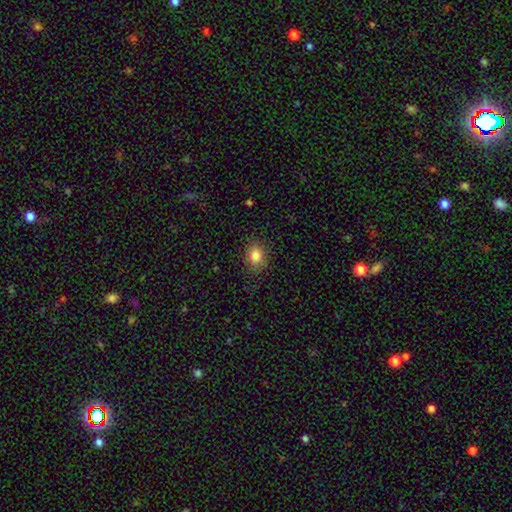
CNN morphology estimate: This is clearly a smooth galaxy (84%). How rounded: possibly in between (57%). Merging: clearly none (85%).